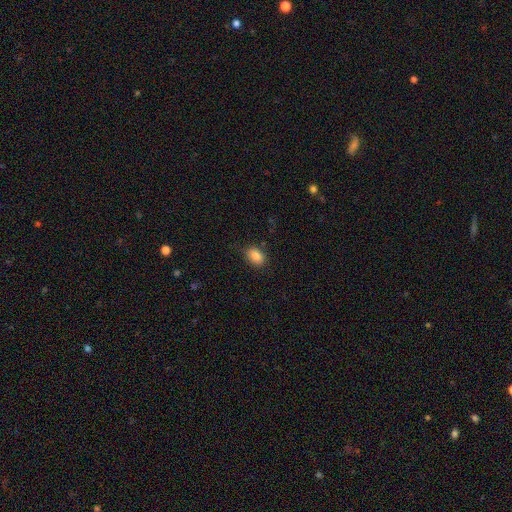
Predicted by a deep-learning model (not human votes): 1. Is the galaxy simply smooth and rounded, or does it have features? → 86% smooth, 9% star or artifact, 5% featured or disk.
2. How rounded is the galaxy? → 74% in between, 25% round, 1% cigar-shaped.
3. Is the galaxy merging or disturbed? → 83% none, 13% minor disturbance, 3% major disturbance, 1% merger.